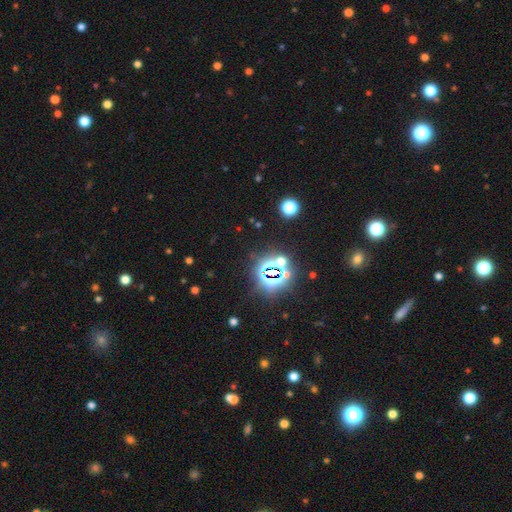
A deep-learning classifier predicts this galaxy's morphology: Q: Smooth or featured?
A: star or artifact (81%); runner-up: smooth (12%)